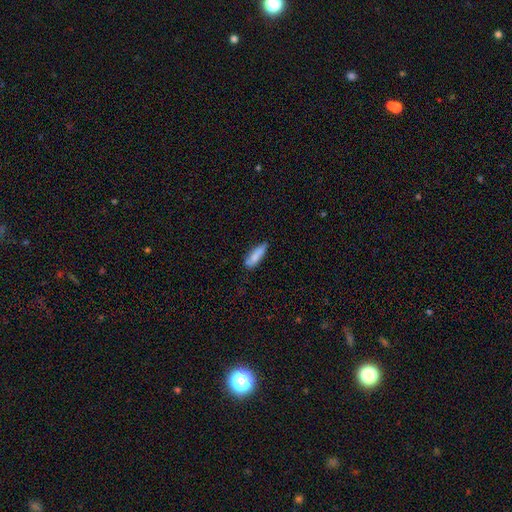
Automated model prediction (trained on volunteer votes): smooth 80%, featured or disk 13%, star or artifact 6%. Down the decision tree: how rounded — cigar-shaped (54%); merging — none (65%).